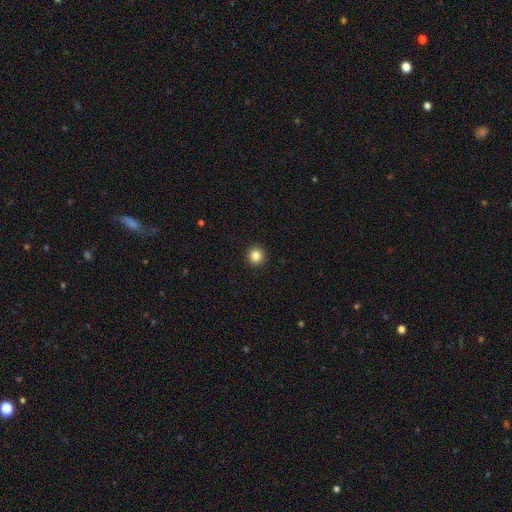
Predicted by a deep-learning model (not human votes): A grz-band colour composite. It shows a smooth galaxy with no disk features (84%) that is round (95%). Merging: none (93%).